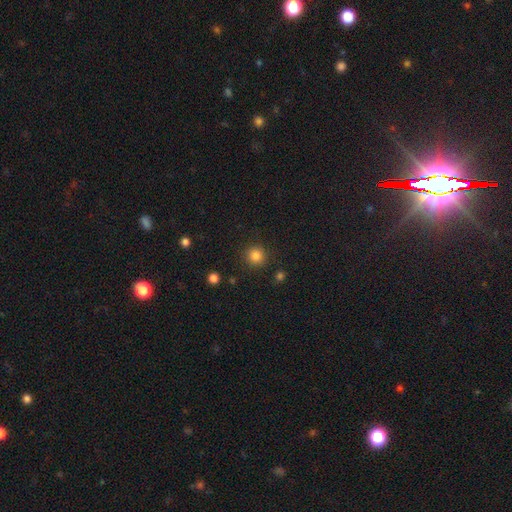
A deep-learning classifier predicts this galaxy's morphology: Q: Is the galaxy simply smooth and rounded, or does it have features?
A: smooth — 84%.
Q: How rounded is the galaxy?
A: round — 94%.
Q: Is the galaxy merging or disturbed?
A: none — 90%.